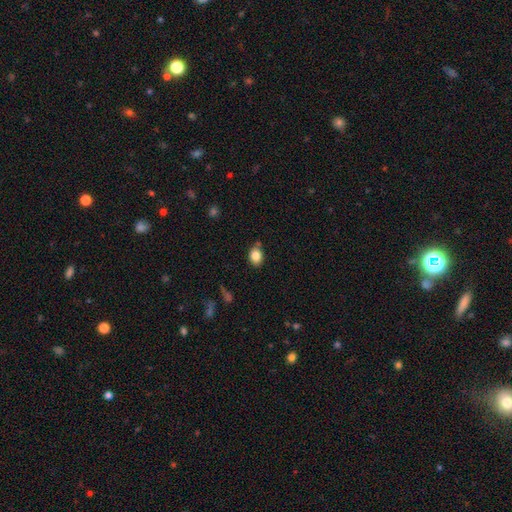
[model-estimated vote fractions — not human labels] Smooth or featured?
  - smooth: 84% *
  - star or artifact: 9%
  - featured or disk: 7%
How rounded?
  - in between: 66% *
  - round: 33%
  - cigar-shaped: 1%
Merging?
  - none: 76% *
  - minor disturbance: 15%
  - merger: 6%
  - major disturbance: 3%